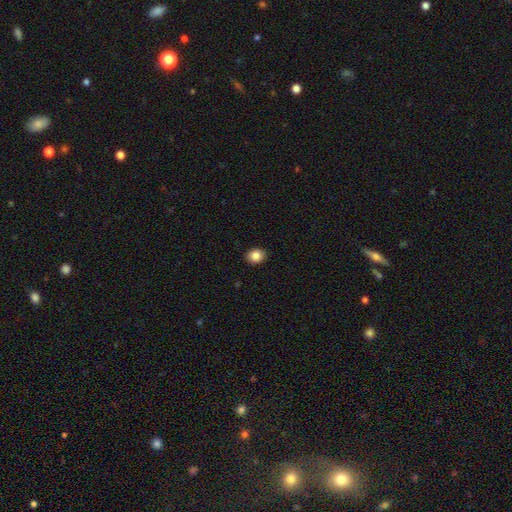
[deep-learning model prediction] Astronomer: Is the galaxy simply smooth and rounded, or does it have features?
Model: smooth — 86%.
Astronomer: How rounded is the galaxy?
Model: round — 56% (runner-up: in between, 43%).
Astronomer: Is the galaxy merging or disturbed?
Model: none — 91%.